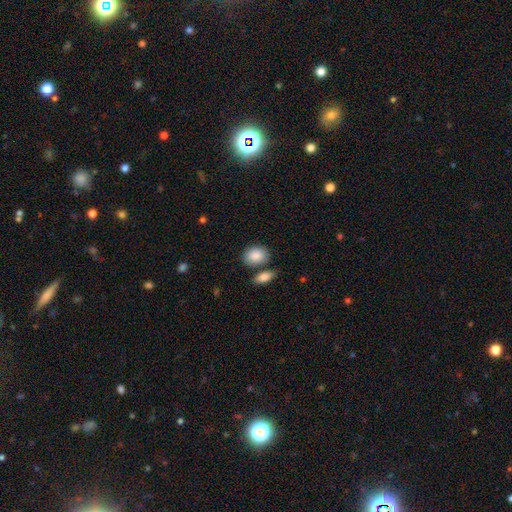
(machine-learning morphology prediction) Overall: smooth (88%). How rounded: in between (69%; round 30%). Merging: none (67%).